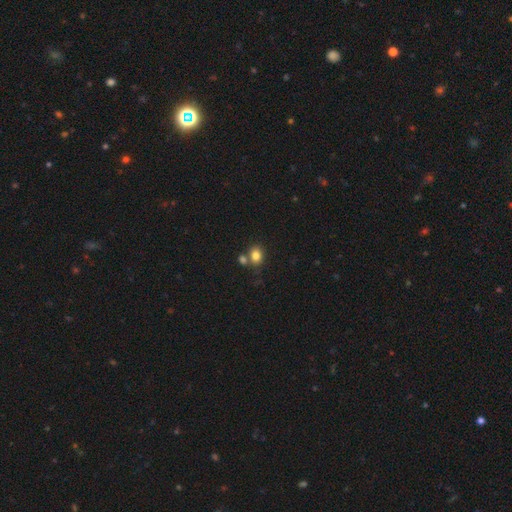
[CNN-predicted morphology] Smooth or featured? Predicted: smooth (p=0.82). How rounded? Predicted: in between (p=0.52). Merging? Predicted: none (p=0.59).